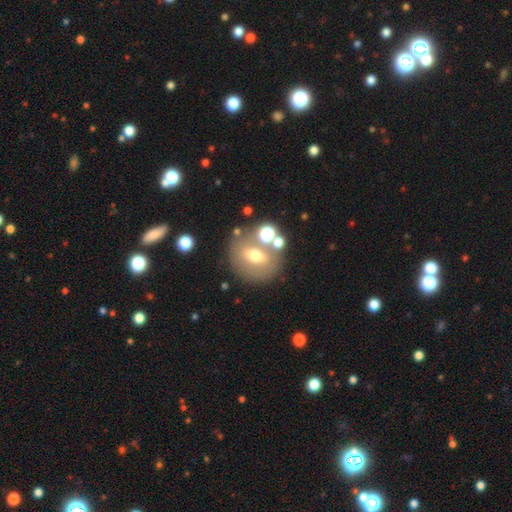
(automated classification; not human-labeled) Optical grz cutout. It shows a smooth galaxy with no disk features (48%). Merging: none (66%).